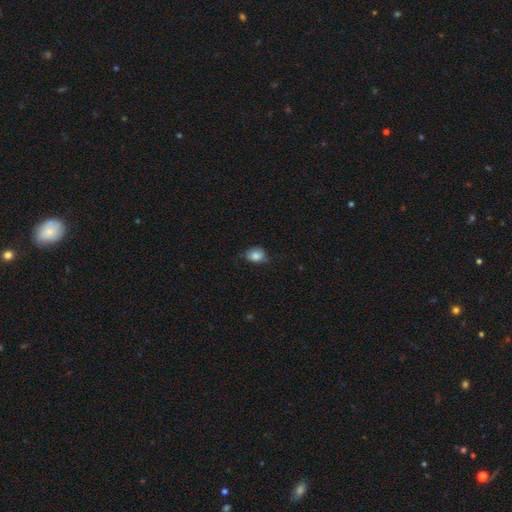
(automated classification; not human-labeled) Morphology: type=smooth (82%); roundness=in between (59%); merging=none (59%).